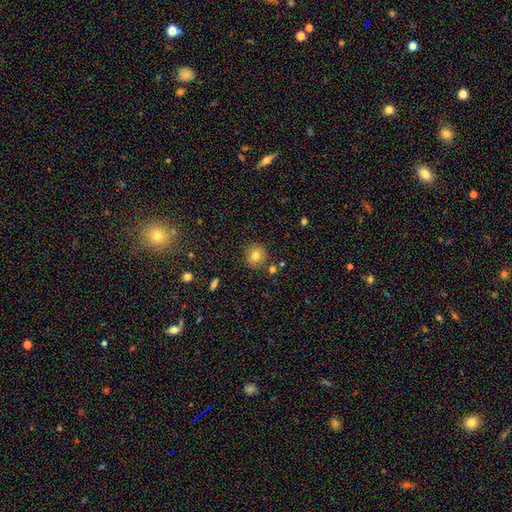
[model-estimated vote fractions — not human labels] The model was most divided on "smooth or featured": smooth: 78%, featured or disk: 11%, star or artifact: 11%. More confident: how rounded — round (88%); merging — none (81%).